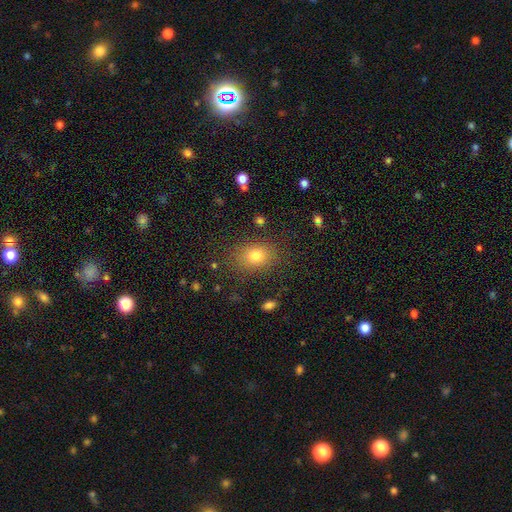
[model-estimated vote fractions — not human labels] Smooth or featured? Predicted: smooth (p=0.78). How rounded? Predicted: in between (p=0.66). Merging? Predicted: none (p=0.82).